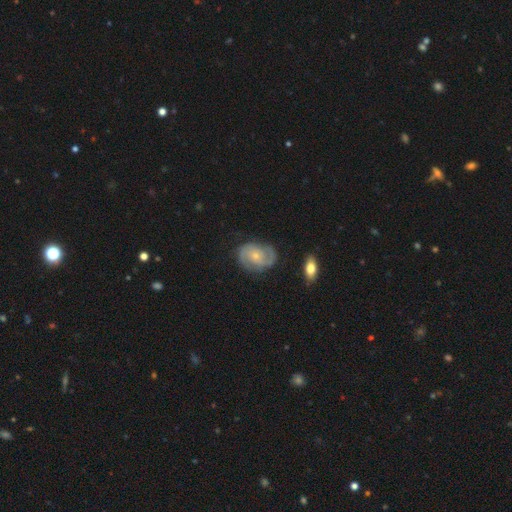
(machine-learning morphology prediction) Smooth or featured?
  - featured or disk: 82% *
  - smooth: 12%
  - star or artifact: 6%
Edge-on disk?
  - no: 97% *
  - yes: 3%
Bar?
  - no: 68% *
  - weak: 27%
  - strong: 5%
Spiral arms?
  - yes: 95% *
  - no: 5%
Spiral winding?
  - medium: 44% *
  - tight: 43%
  - loose: 13%
Spiral arm count?
  - 2: 78% *
  - can't tell: 9%
  - 3: 7%
  - 1: 2%
  - 4: 2%
  - more than 4: 2%
Bulge size?
  - small: 70% *
  - moderate: 25%
  - none: 3%
  - large: 1%
  - dominant: 1%
Merging?
  - none: 74% *
  - minor disturbance: 18%
  - major disturbance: 6%
  - merger: 2%